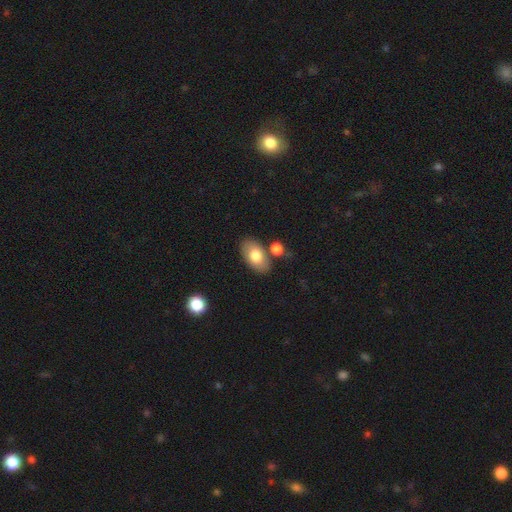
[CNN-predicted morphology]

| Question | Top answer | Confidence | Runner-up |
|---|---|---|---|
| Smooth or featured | smooth | 77% | featured or disk (17%) |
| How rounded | in between | 92% | round (6%) |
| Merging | none | 73% | merger (13%) |